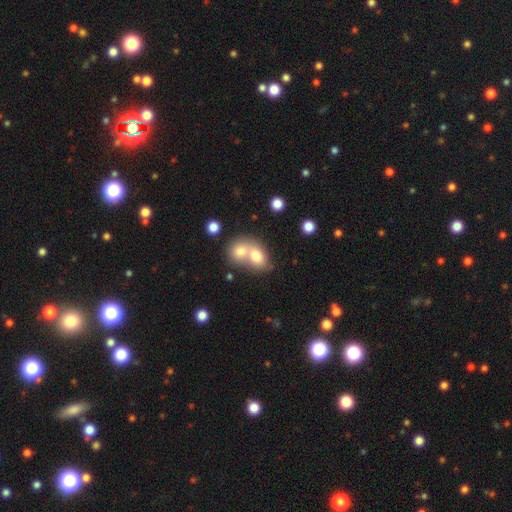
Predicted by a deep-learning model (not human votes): This appears to be a smooth galaxy with no disk features (73%) that is in between round and cigar-shaped (53%). Merging: merger (71%).